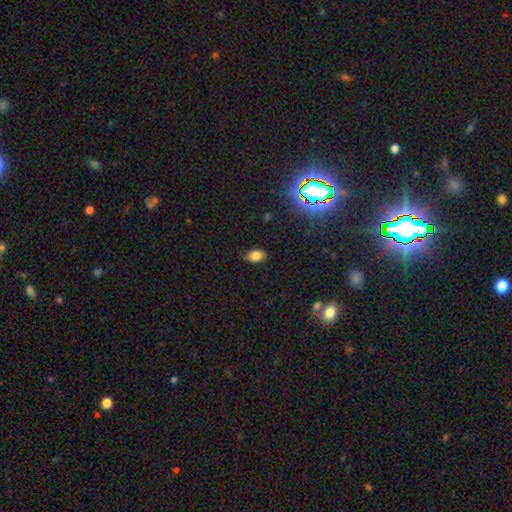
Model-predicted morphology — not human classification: This appears to be a smooth galaxy with no disk features (79%) that is in between round and cigar-shaped (85%). Merging: none (80%).